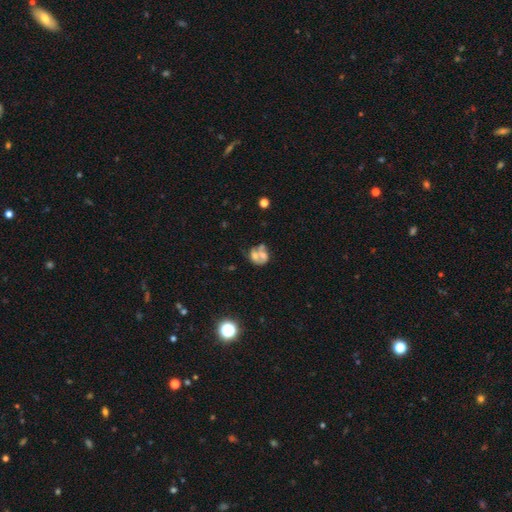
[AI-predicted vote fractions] smooth-or-featured: featured or disk: 47% | smooth: 41% | star or artifact: 12%
  merging: merger: 53% | none: 21% | major disturbance: 14% | minor disturbance: 12%